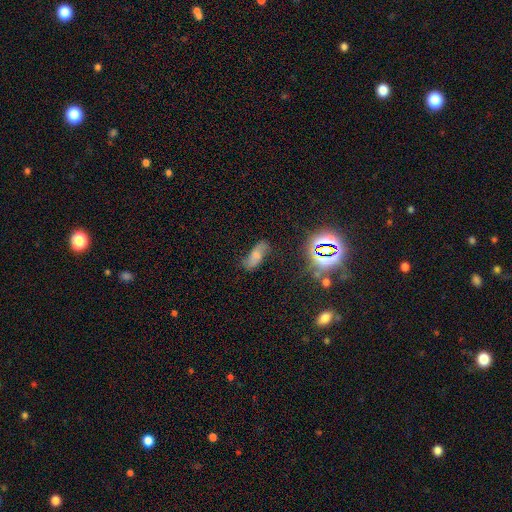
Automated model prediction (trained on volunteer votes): The model was most divided on "smooth or featured": smooth: 55%, featured or disk: 28%, star or artifact: 18%. More confident: how rounded — in between (78%); merging — none (63%).